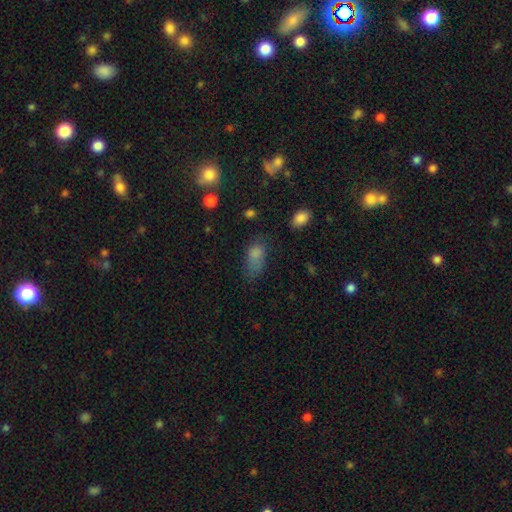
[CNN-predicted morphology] Smooth or featured? smooth (77%)
How rounded? in between (87%)
Merging? none (41%)